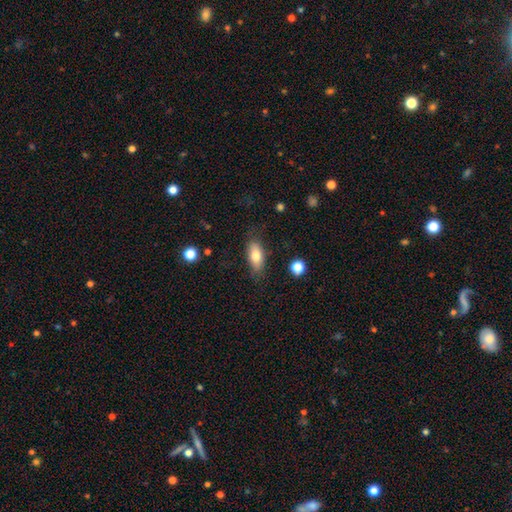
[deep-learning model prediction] A smooth galaxy with no disk features (76%) that is in between round and cigar-shaped (81%). Merging: none (77%).